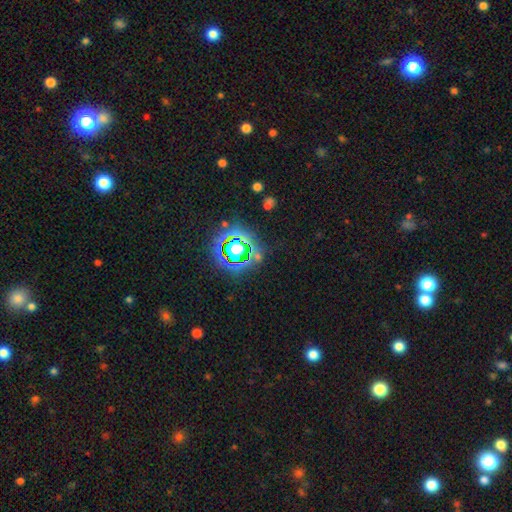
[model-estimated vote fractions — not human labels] A star or artifact, not a galaxy (73%).

Vote fractions:
- Smooth or featured? star or artifact: 73% / smooth: 18% / featured or disk: 9%